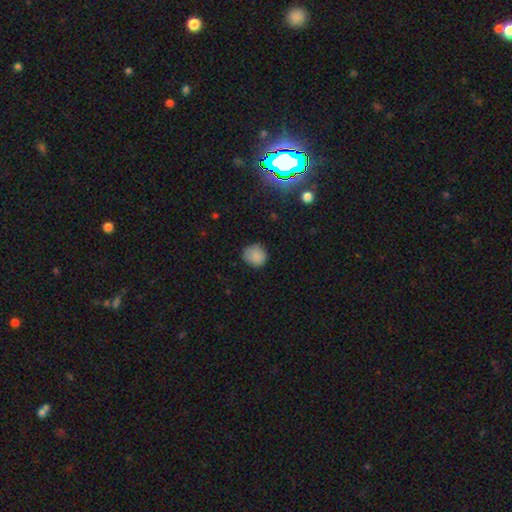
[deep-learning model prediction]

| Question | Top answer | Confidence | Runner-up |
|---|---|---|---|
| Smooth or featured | smooth | 85% | star or artifact (9%) |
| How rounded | round | 86% | in between (13%) |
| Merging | none | 78% | minor disturbance (18%) |